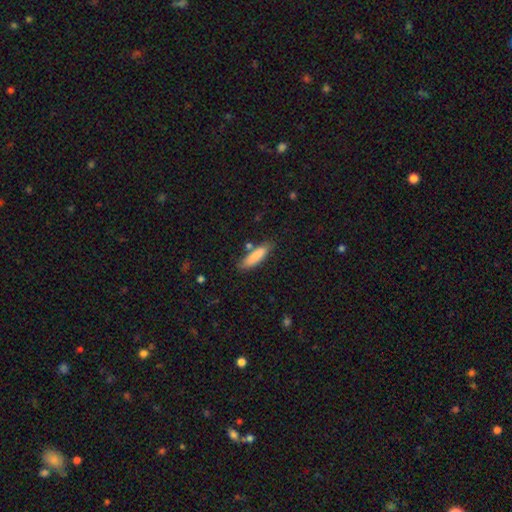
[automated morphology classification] The model was most divided on "how rounded": cigar-shaped: 63%, in between: 35%, round: 2%. More confident: smooth or featured — smooth (83%); merging — none (74%).